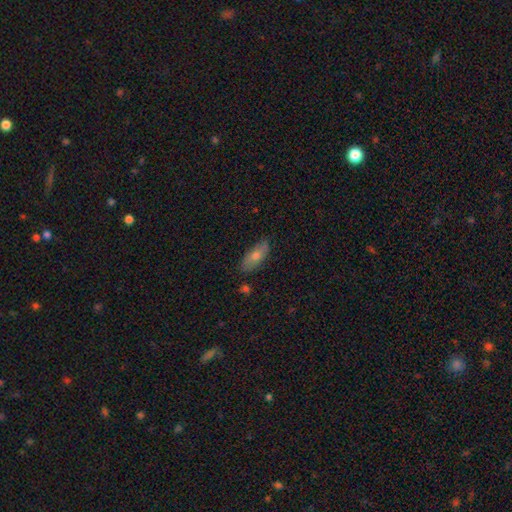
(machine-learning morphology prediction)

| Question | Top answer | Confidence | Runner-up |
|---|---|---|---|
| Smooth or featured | smooth | 64% | featured or disk (28%) |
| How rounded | in between | 69% | cigar-shaped (28%) |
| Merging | none | 83% | minor disturbance (12%) |